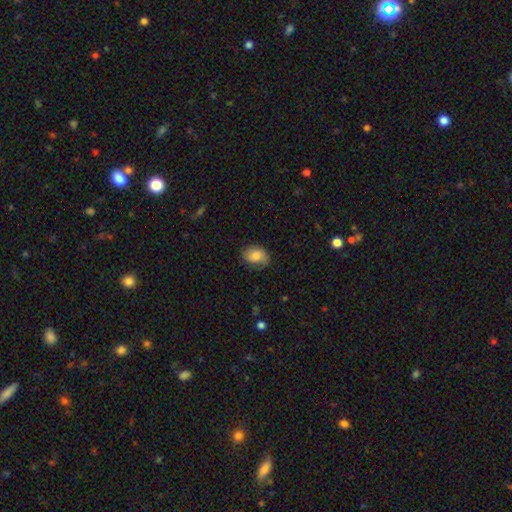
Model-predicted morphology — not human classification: This is likely a smooth galaxy (75%). How rounded: likely in between (74%). Merging: likely none (69%).